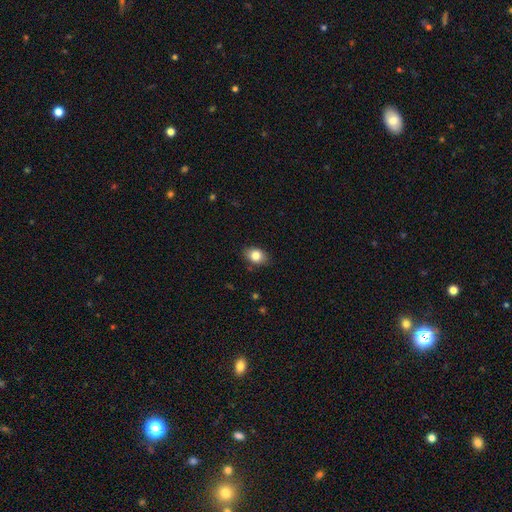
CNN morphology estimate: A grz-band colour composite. It shows a smooth galaxy with no disk features (82%) that is in between round and cigar-shaped (74%). Merging: none (85%).